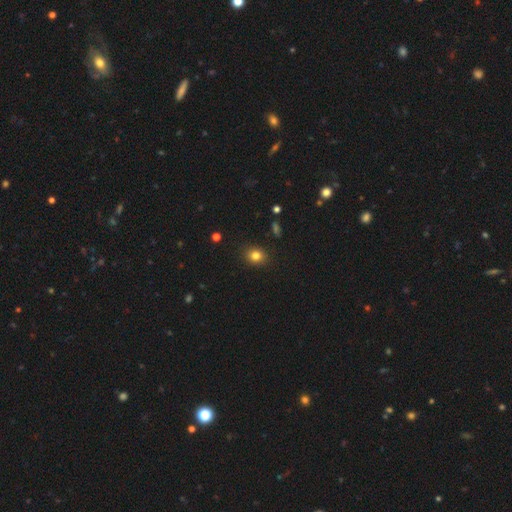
Smooth or featured?
  - smooth: 89% *
  - star or artifact: 8%
  - featured or disk: 3%
How rounded?
  - round: 71% *
  - in between: 29%
  - cigar-shaped: 0%
Merging?
  - none: 91% *
  - merger: 6%
  - minor disturbance: 3%
  - major disturbance: 0%